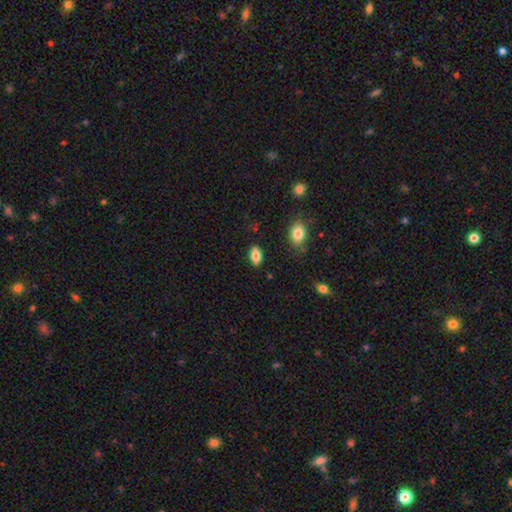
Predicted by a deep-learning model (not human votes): smooth 83%, featured or disk 9%, star or artifact 8%. Down the decision tree: how rounded — in between (91%); merging — none (87%).